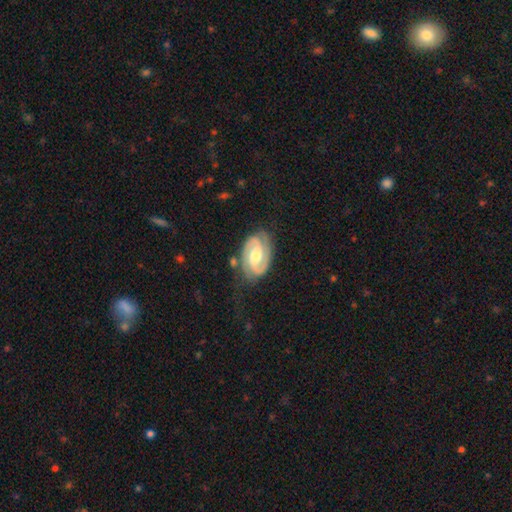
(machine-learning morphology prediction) Smooth or featured?
  - featured or disk: 87% *
  - smooth: 9%
  - star or artifact: 4%
Edge-on disk?
  - no: 97% *
  - yes: 3%
Bar?
  - weak: 47% *
  - no: 28%
  - strong: 25%
Spiral arms?
  - yes: 97% *
  - no: 3%
Spiral winding?
  - tight: 52% *
  - medium: 40%
  - loose: 9%
Spiral arm count?
  - 2: 90% *
  - can't tell: 4%
  - 1: 2%
  - 3: 2%
  - 4: 1%
  - more than 4: 1%
Bulge size?
  - moderate: 67% *
  - small: 18%
  - large: 12%
  - none: 2%
  - dominant: 1%
Merging?
  - none: 73% *
  - minor disturbance: 18%
  - major disturbance: 7%
  - merger: 3%